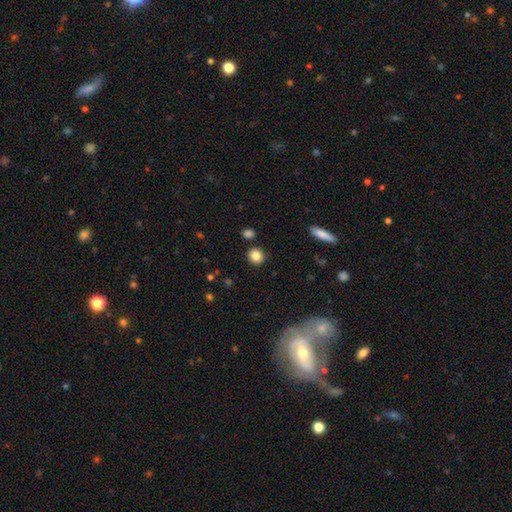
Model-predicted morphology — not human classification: This is clearly a smooth galaxy (86%). How rounded: clearly round (88%). Merging: clearly none (87%).